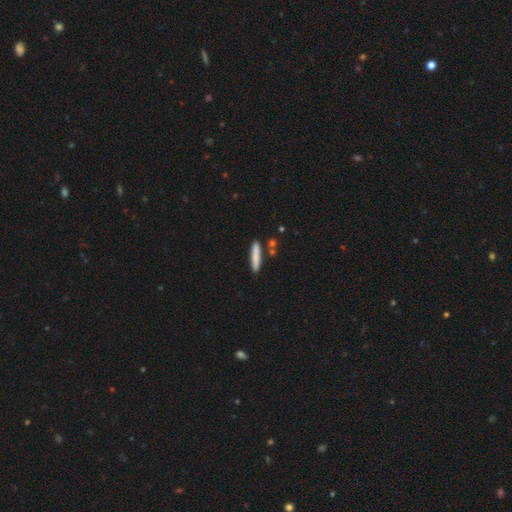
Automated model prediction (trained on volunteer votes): Q: Smooth or featured?
A: smooth (82%); runner-up: featured or disk (12%)
Q: How rounded?
A: cigar-shaped (90%); runner-up: in between (8%)
Q: Merging?
A: none (85%); runner-up: minor disturbance (9%)